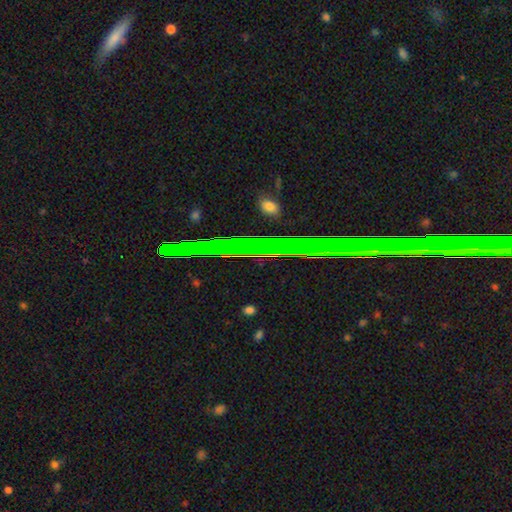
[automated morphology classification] type=star or artifact (66%).